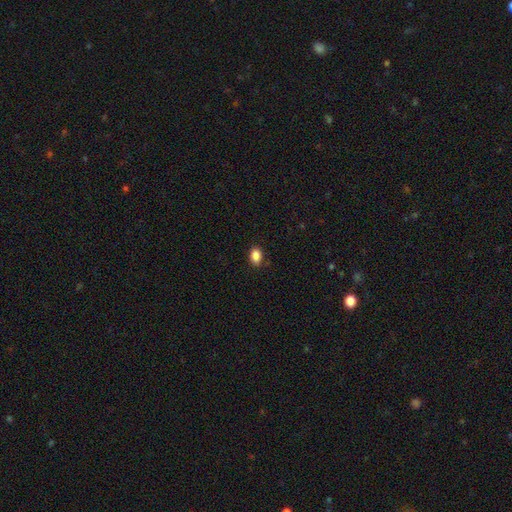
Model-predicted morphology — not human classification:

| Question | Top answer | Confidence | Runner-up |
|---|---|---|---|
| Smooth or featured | smooth | 88% | star or artifact (9%) |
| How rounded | in between | 81% | round (18%) |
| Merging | none | 86% | minor disturbance (11%) |